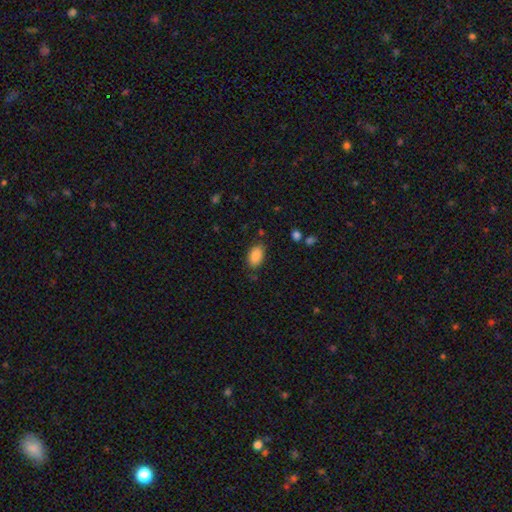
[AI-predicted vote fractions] smooth-or-featured: smooth: 88% | star or artifact: 8% | featured or disk: 4%
  how-rounded: in between: 93% | round: 5% | cigar-shaped: 2%
  merging: none: 78% | minor disturbance: 16% | major disturbance: 4% | merger: 2%